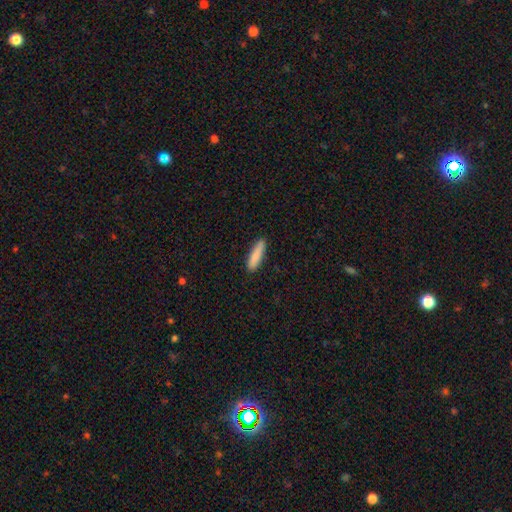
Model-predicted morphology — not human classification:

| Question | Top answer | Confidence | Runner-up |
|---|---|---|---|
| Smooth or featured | smooth | 86% | featured or disk (8%) |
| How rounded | cigar-shaped | 75% | in between (23%) |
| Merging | none | 88% | minor disturbance (9%) |